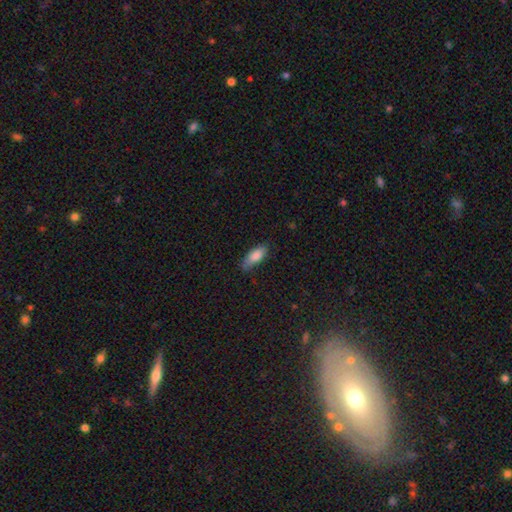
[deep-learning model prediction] smooth_or_featured: smooth (p=0.84) [alt: featured or disk p=0.09]
how_rounded: in between (p=0.77) [alt: cigar-shaped p=0.21]
merging: none (p=0.68) [alt: minor disturbance p=0.26]